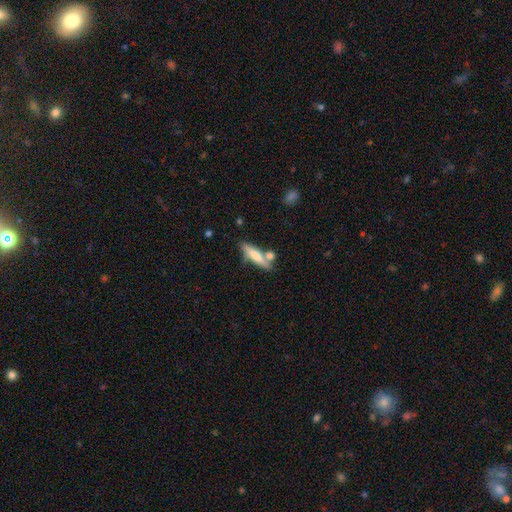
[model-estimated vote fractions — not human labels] This appears to be a smooth galaxy with no disk features (61%) that is cigar-shaped (74%). Merging: none (60%).